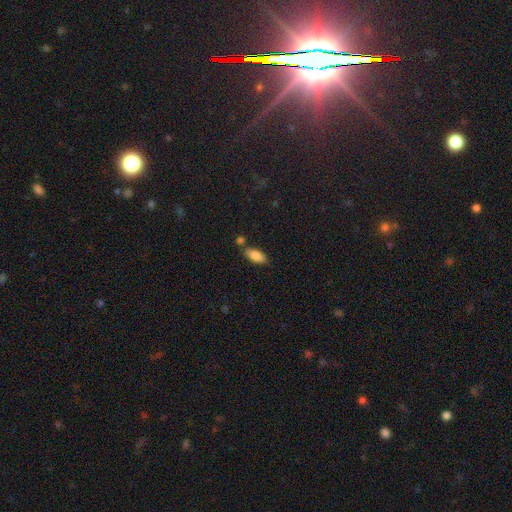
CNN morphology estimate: Smooth or featured? Predicted: smooth (p=0.85). How rounded? Predicted: in between (p=0.85). Merging? Predicted: none (p=0.73).